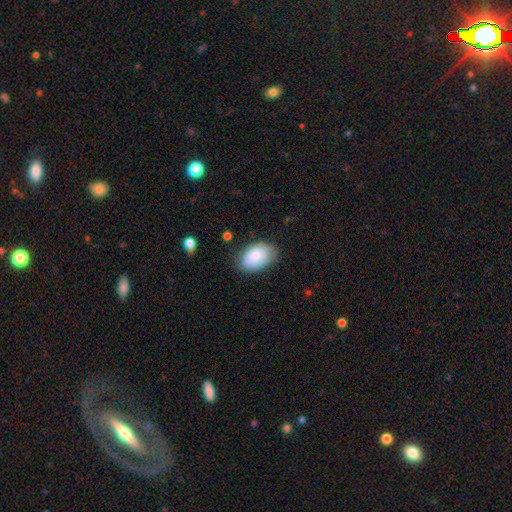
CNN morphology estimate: Q: Smooth or featured?
A: smooth (82%); runner-up: featured or disk (12%)
Q: How rounded?
A: in between (88%); runner-up: round (11%)
Q: Merging?
A: none (70%); runner-up: minor disturbance (23%)